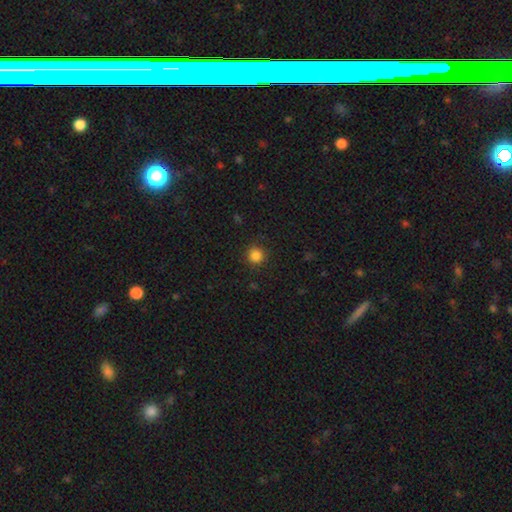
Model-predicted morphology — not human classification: Q: Smooth or featured?
A: smooth (85%); runner-up: star or artifact (12%)
Q: How rounded?
A: round (94%); runner-up: in between (5%)
Q: Merging?
A: none (89%); runner-up: minor disturbance (7%)